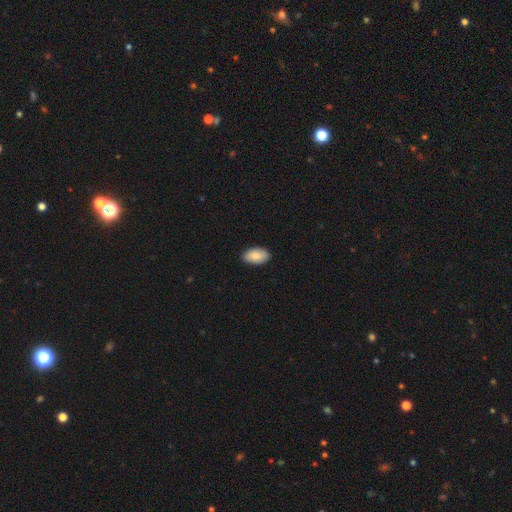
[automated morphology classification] smooth_or_featured: smooth (p=0.86) [alt: featured or disk p=0.08]
how_rounded: in between (p=0.95) [alt: round p=0.03]
merging: none (p=0.88) [alt: minor disturbance p=0.10]